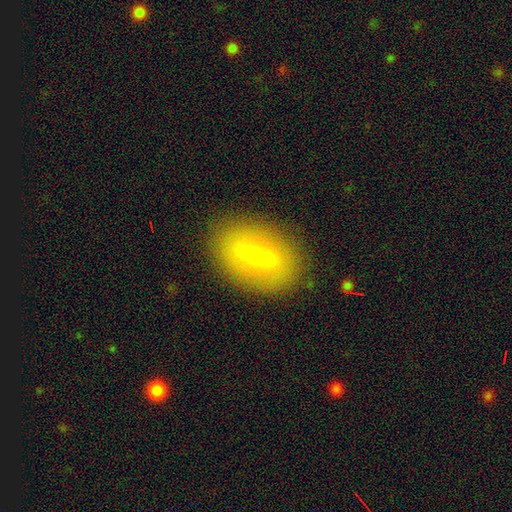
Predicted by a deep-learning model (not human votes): The model was most divided on "smooth or featured": smooth: 58%, featured or disk: 33%, star or artifact: 9%. More confident: merging — none (86%); how rounded — in between (82%).